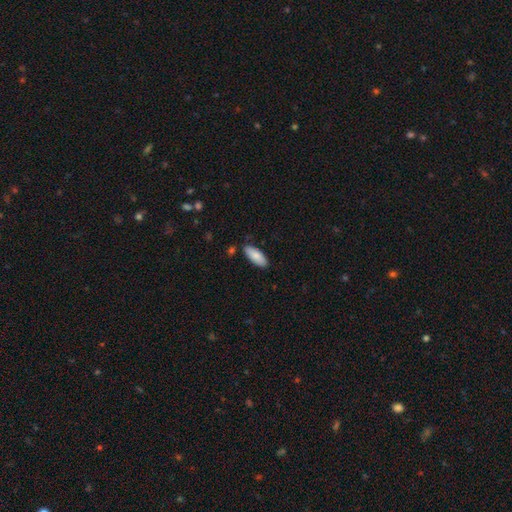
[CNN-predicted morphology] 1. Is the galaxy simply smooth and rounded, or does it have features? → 85% smooth, 9% featured or disk, 6% star or artifact.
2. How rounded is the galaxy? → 80% in between, 19% cigar-shaped, 2% round.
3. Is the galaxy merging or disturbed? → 84% none, 12% minor disturbance, 2% merger, 2% major disturbance.